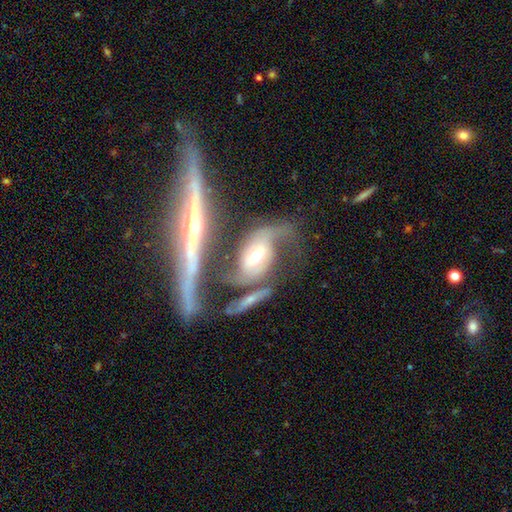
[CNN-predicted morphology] A featured or disk galaxy (79%) with a weak bar (38%), 2 (85%) loose (60%) spiral arms (88%) and a moderate central bulge (61%).

Vote fractions:
- Smooth or featured? featured or disk: 79% / smooth: 14% / star or artifact: 7%
- Edge-on disk? no: 82% / yes: 18%
- Bar? weak: 38% / no: 33% / strong: 30%
- Spiral arms? yes: 88% / no: 12%
- Spiral winding? loose: 60% / medium: 28% / tight: 12%
- Spiral arm count? 2: 85% / can't tell: 7% / 1: 4% / 3: 2% / 4: 1% / more than 4: 1%
- Bulge size? moderate: 61% / small: 27% / large: 8% / none: 2% / dominant: 2%
- Merging? merger: 37% / none: 31% / major disturbance: 17% / minor disturbance: 16%